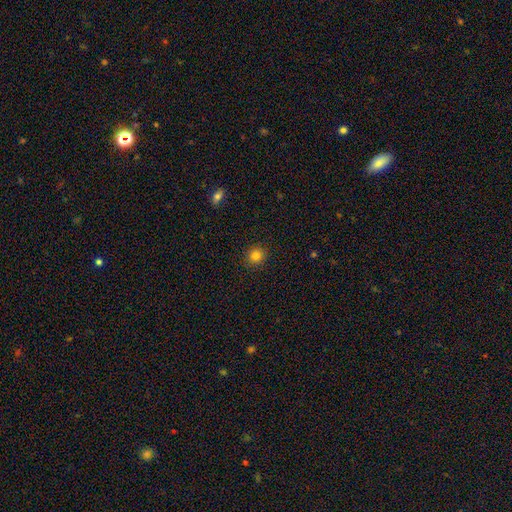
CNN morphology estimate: Overall: smooth (82%). How rounded: round (88%). Merging: none (91%).